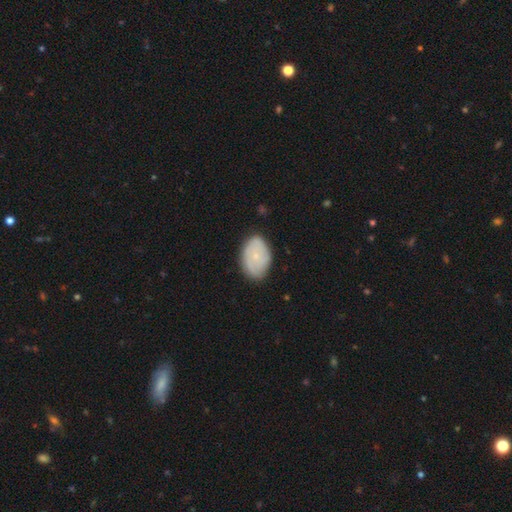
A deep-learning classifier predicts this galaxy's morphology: A smooth galaxy with no disk features (55%) that is in between round and cigar-shaped (84%). Merging: none (79%).